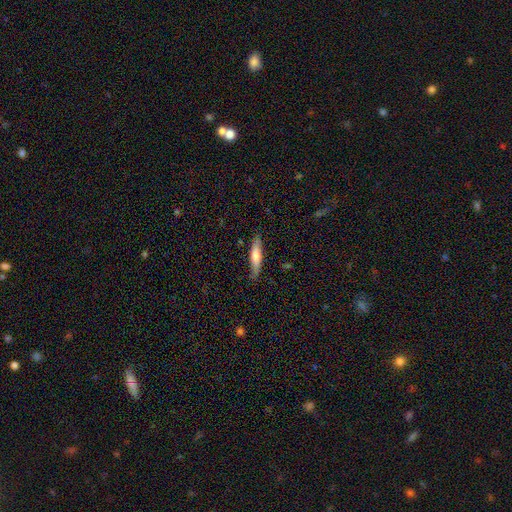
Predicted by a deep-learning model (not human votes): smooth 65%, featured or disk 30%, star or artifact 6%. Down the decision tree: how rounded — cigar-shaped (82%); merging — none (81%).